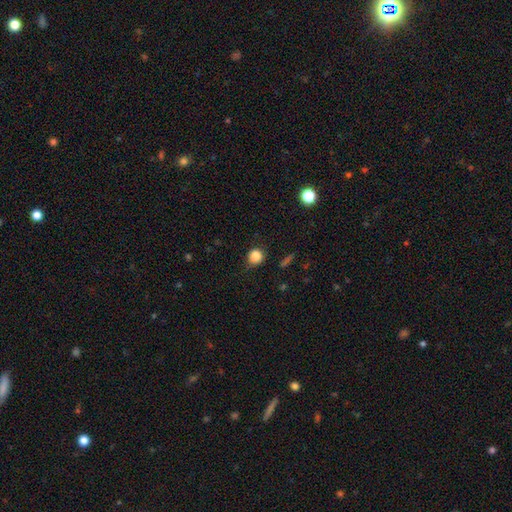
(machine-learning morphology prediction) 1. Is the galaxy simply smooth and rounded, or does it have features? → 84% smooth, 11% star or artifact, 5% featured or disk.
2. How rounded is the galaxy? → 87% round, 12% in between, 1% cigar-shaped.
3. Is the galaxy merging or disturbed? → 80% none, 15% minor disturbance, 3% major disturbance, 2% merger.